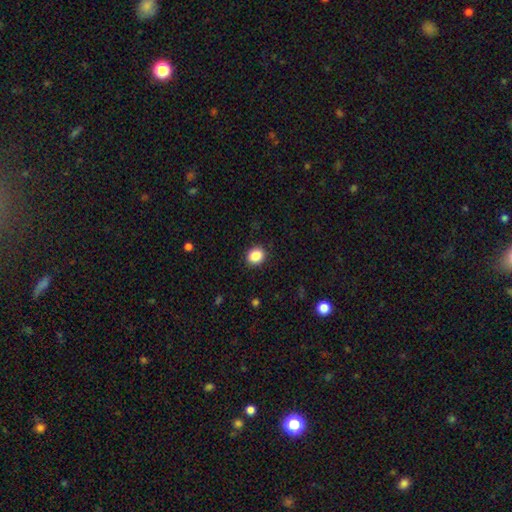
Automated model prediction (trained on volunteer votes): Smooth or featured? Predicted: smooth (p=0.87). How rounded? Predicted: round (p=0.69). Merging? Predicted: none (p=0.90).